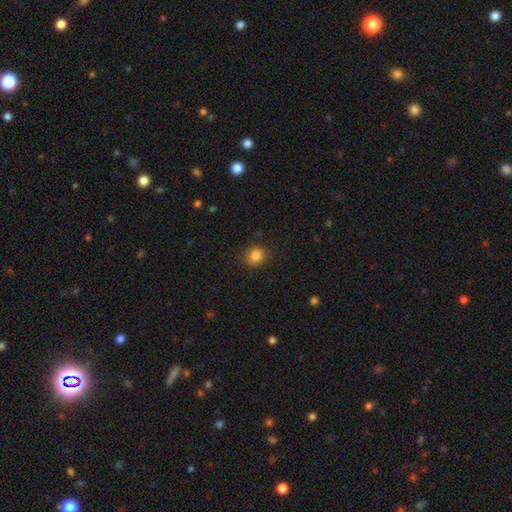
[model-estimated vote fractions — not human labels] Smooth or featured: smooth — 84% (star or artifact — 11%)
How rounded: round — 79% (in between — 20%)
Merging: none — 88% (minor disturbance — 9%)